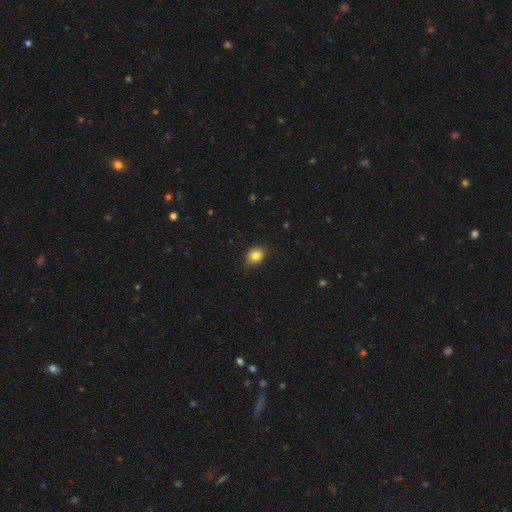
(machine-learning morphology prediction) The model was most divided on "how rounded": round: 61%, in between: 39%, cigar-shaped: 1%. More confident: smooth or featured — smooth (82%); merging — none (81%).